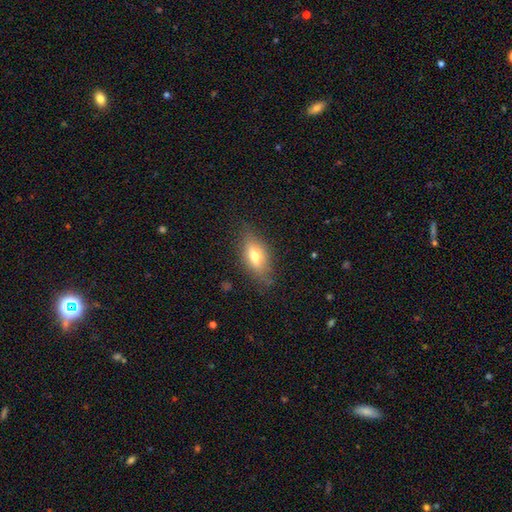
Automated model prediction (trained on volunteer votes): Smooth or featured?
  - smooth: 56% *
  - featured or disk: 35%
  - star or artifact: 9%
How rounded?
  - in between: 77% *
  - cigar-shaped: 17%
  - round: 6%
Merging?
  - none: 77% *
  - minor disturbance: 17%
  - major disturbance: 5%
  - merger: 1%